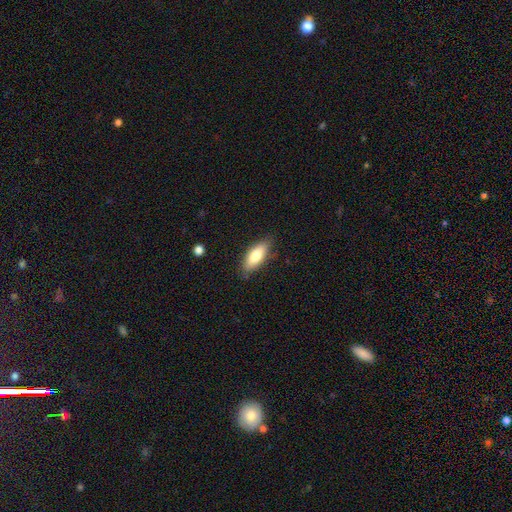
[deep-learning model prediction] A smooth galaxy with no disk features (77%) that is in between round and cigar-shaped (72%). Merging: none (82%).